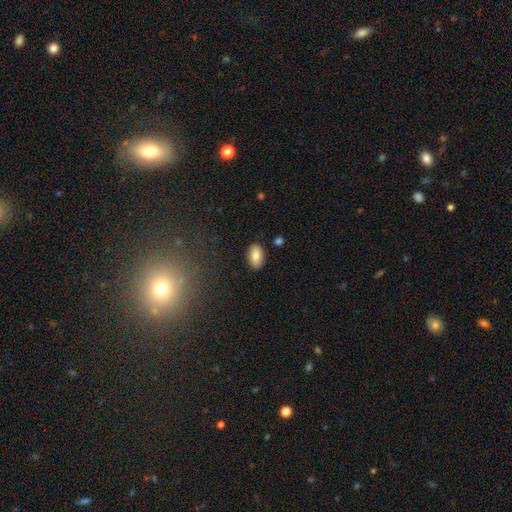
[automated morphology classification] Q: Smooth or featured?
A: smooth (82%); runner-up: featured or disk (10%)
Q: How rounded?
A: in between (93%); runner-up: round (5%)
Q: Merging?
A: none (87%); runner-up: minor disturbance (10%)